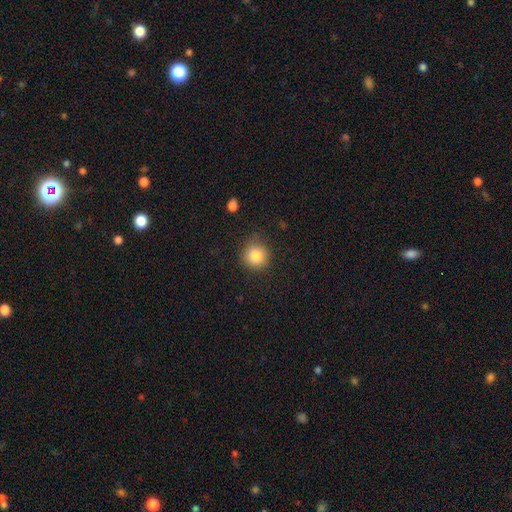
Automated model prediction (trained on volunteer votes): smooth-or-featured: smooth: 84% | star or artifact: 10% | featured or disk: 6%
  how-rounded: round: 92% | in between: 8% | cigar-shaped: 1%
  merging: none: 83% | minor disturbance: 13% | major disturbance: 3% | merger: 1%